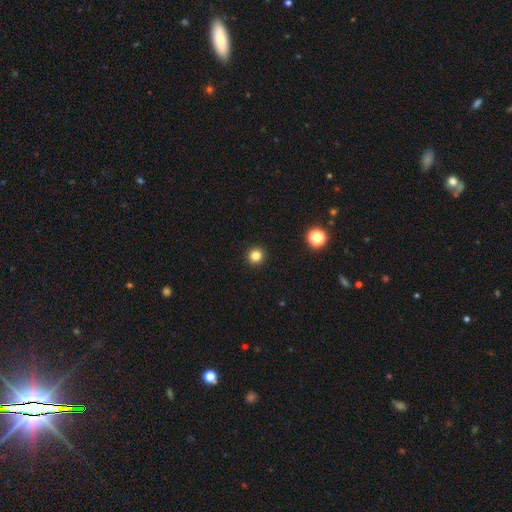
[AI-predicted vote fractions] Q: Smooth or featured?
A: smooth (82%); runner-up: star or artifact (13%)
Q: How rounded?
A: round (94%); runner-up: in between (5%)
Q: Merging?
A: none (93%); runner-up: minor disturbance (4%)